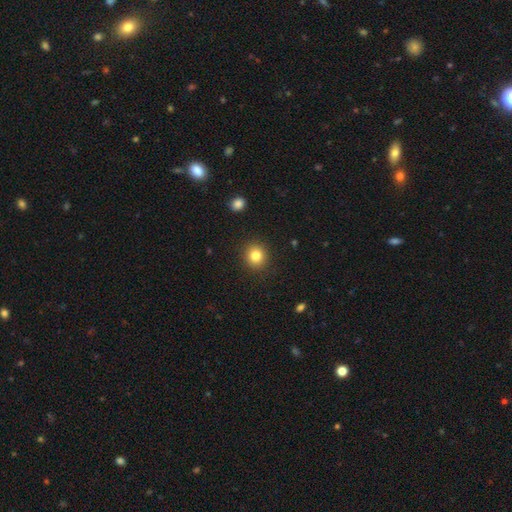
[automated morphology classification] smooth_or_featured: smooth (p=0.82) [alt: star or artifact p=0.11]
how_rounded: round (p=0.87) [alt: in between p=0.12]
merging: none (p=0.91) [alt: minor disturbance p=0.06]